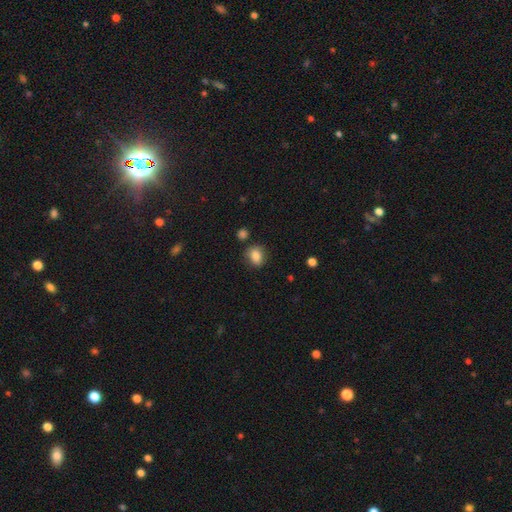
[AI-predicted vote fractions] The model was most divided on "how rounded": round: 54%, in between: 45%, cigar-shaped: 1%. More confident: smooth or featured — smooth (83%); merging — none (78%).